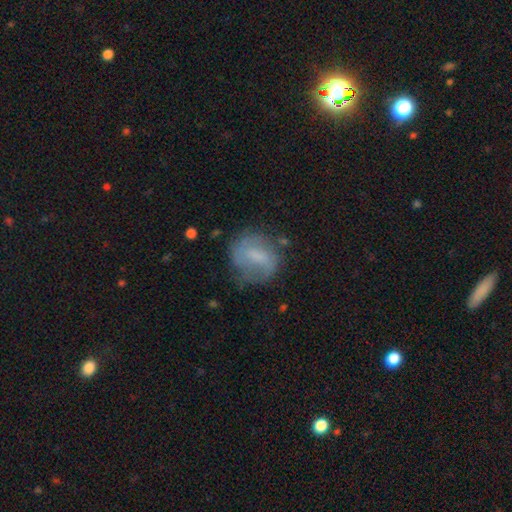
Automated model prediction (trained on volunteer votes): Smooth or featured: featured or disk — 51% (smooth — 40%)
Edge-on disk: no — 96% (yes — 4%)
Merging: none — 62% (minor disturbance — 23%)